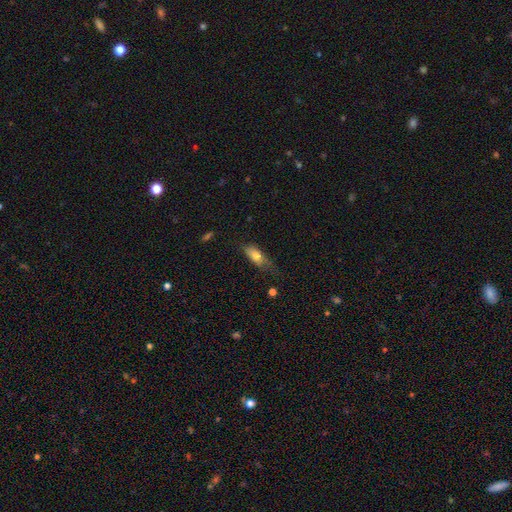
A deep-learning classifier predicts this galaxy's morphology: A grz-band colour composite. It shows a smooth galaxy with no disk features (76%) that is in between round and cigar-shaped (78%). Merging: none (51%).